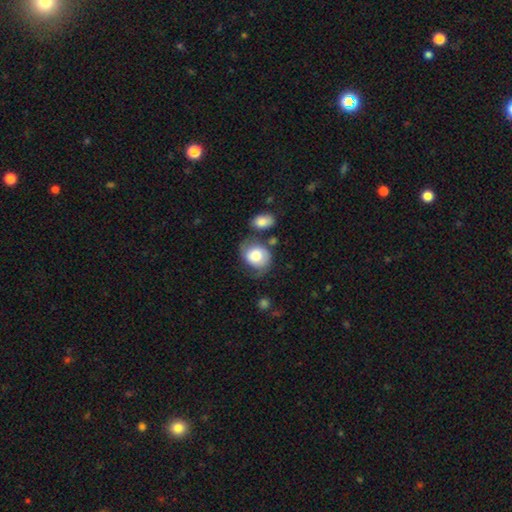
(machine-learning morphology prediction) A smooth galaxy with no disk features (58%) that is round (52%). Merging: none (48%).